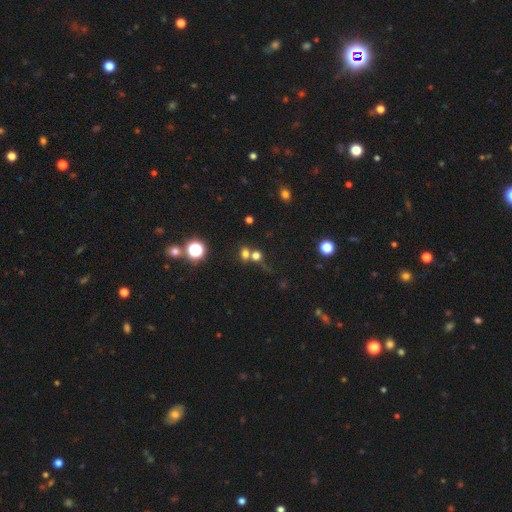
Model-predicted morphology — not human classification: A smooth galaxy with no disk features (67%) that is round (76%).

Vote fractions:
- Smooth or featured? smooth: 67% / star or artifact: 23% / featured or disk: 10%
- How rounded? round: 76% / in between: 22% / cigar-shaped: 2%
- Merging? merger: 44% / none: 42% / minor disturbance: 8% / major disturbance: 6%